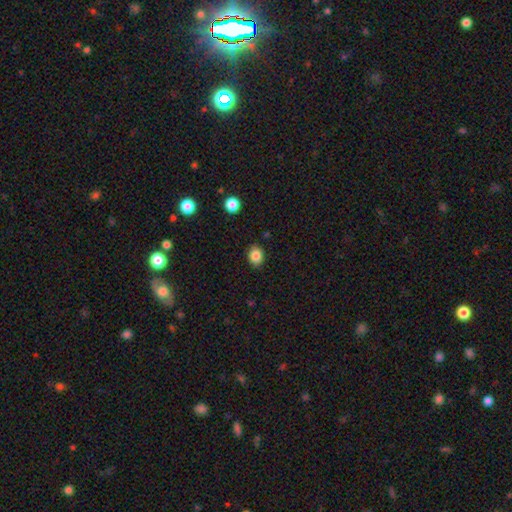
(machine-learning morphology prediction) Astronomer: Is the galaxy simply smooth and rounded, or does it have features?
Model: smooth — 85%.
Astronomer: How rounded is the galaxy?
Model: in between — 56% (runner-up: round, 43%).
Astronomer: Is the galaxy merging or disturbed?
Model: none — 87%.